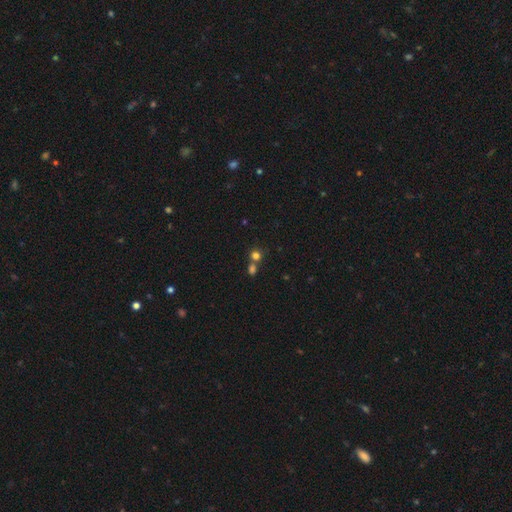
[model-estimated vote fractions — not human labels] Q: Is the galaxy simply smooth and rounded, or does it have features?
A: smooth — 75%.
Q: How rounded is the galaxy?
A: round — 84%.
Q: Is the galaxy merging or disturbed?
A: none — 56%.